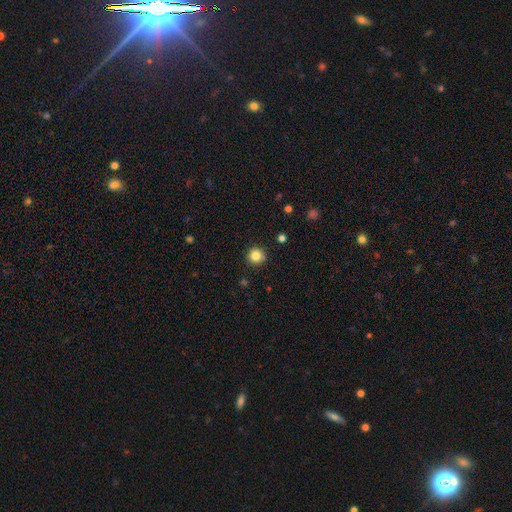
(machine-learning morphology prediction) smooth 83%, star or artifact 12%, featured or disk 5%. Down the decision tree: how rounded — round (95%); merging — none (89%).